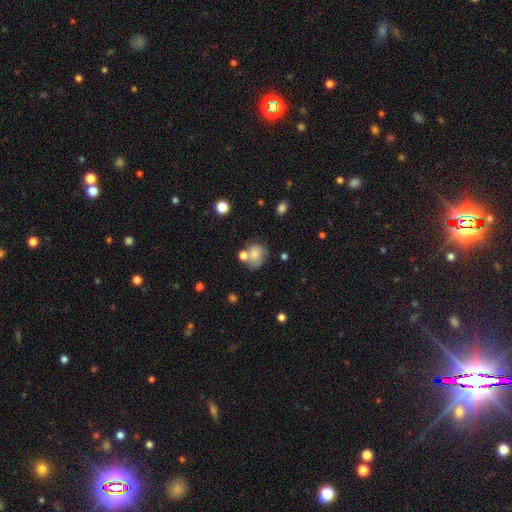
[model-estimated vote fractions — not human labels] Morphology: type=smooth (76%); roundness=round (67%); merging=none (48%).